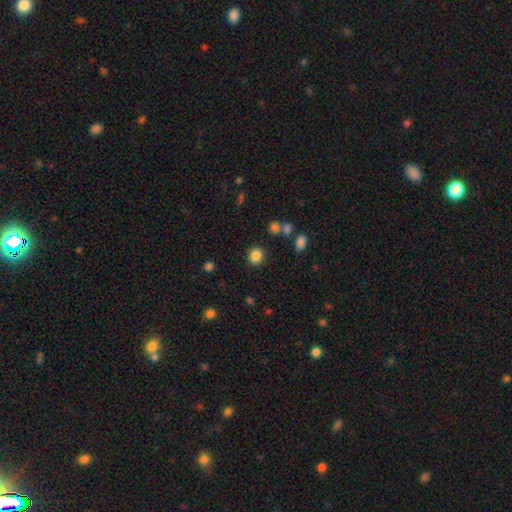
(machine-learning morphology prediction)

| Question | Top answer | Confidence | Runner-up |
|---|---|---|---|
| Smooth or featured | smooth | 84% | star or artifact (11%) |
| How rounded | round | 81% | in between (18%) |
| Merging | none | 86% | minor disturbance (8%) |